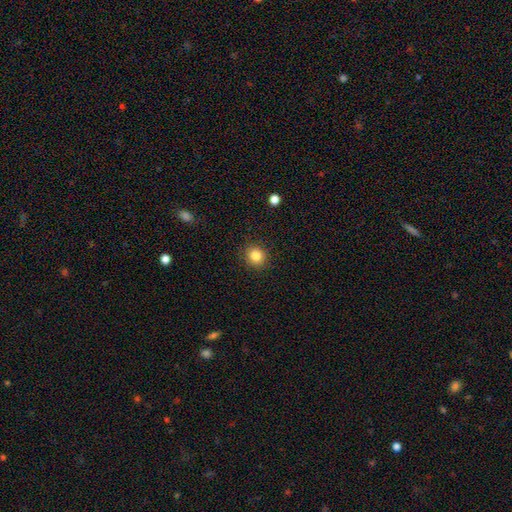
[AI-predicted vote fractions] smooth_or_featured: smooth (p=0.84) [alt: star or artifact p=0.11]
how_rounded: round (p=0.85) [alt: in between p=0.14]
merging: none (p=0.90) [alt: minor disturbance p=0.07]